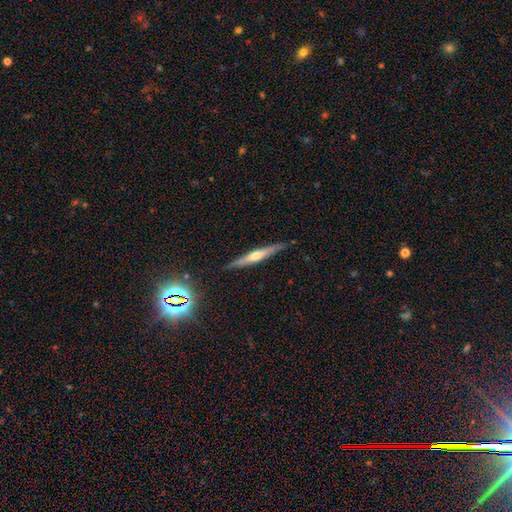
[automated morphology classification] Smooth or featured: featured or disk — 62% (smooth — 31%)
Edge-on disk: yes — 95% (no — 5%)
Edge-on bulge: rounded — 74% (none — 17%)
Merging: none — 86% (minor disturbance — 10%)